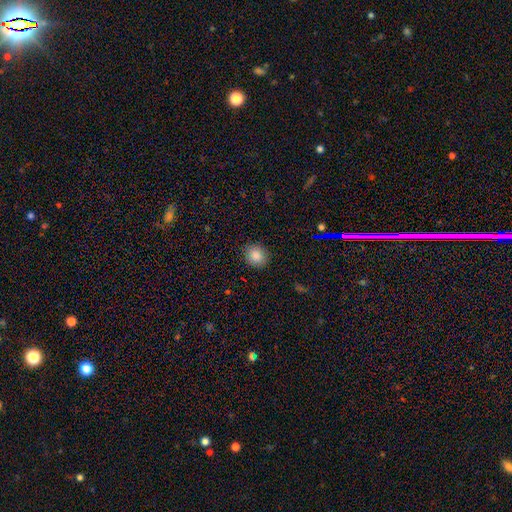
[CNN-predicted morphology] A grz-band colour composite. It shows a smooth galaxy with no disk features (85%) that is round (80%). Merging: none (90%).